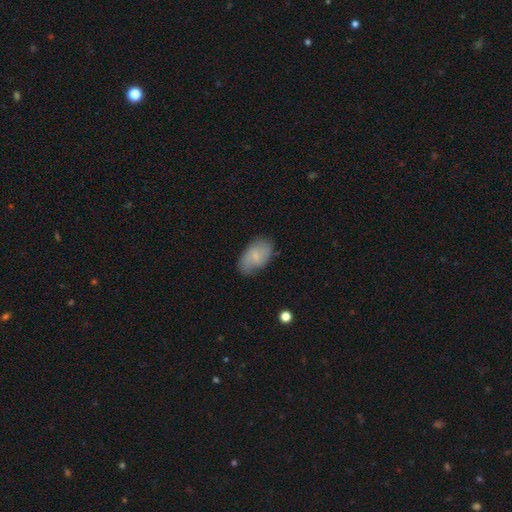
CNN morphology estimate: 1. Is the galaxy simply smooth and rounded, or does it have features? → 55% smooth, 37% featured or disk, 8% star or artifact.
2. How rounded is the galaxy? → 92% in between, 7% round, 2% cigar-shaped.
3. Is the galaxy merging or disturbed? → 69% none, 24% minor disturbance, 6% major disturbance, 2% merger.